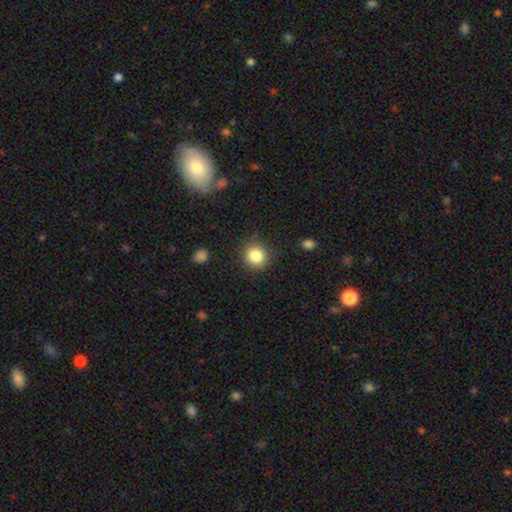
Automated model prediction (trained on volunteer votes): This is clearly a smooth galaxy (83%). How rounded: clearly round (89%). Merging: clearly none (88%).